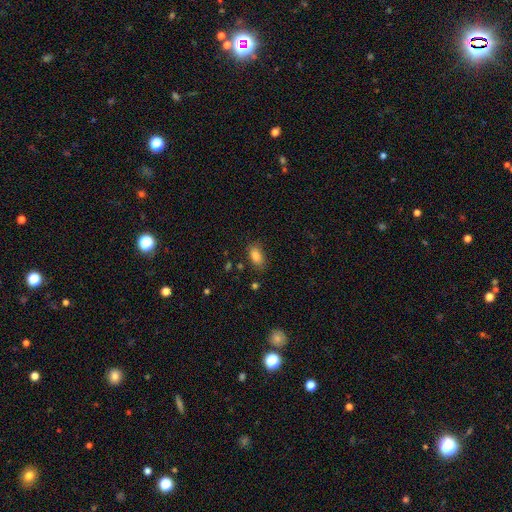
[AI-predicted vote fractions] Smooth or featured: smooth — 84% (star or artifact — 9%)
How rounded: in between — 90% (round — 7%)
Merging: none — 82% (minor disturbance — 13%)